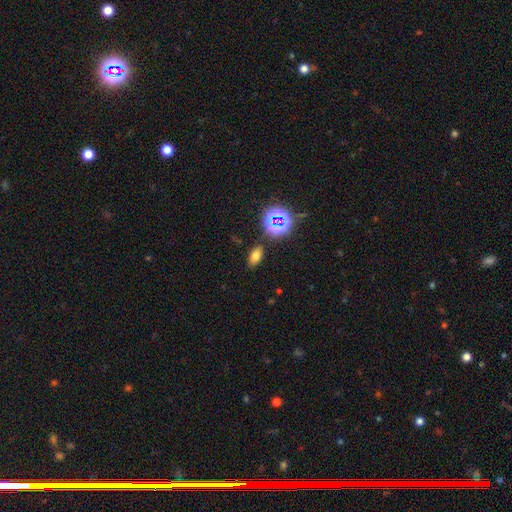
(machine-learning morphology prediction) smooth-or-featured: smooth: 69% | star or artifact: 23% | featured or disk: 9%
  how-rounded: in between: 86% | round: 10% | cigar-shaped: 4%
  merging: none: 85% | minor disturbance: 10% | major disturbance: 3% | merger: 3%